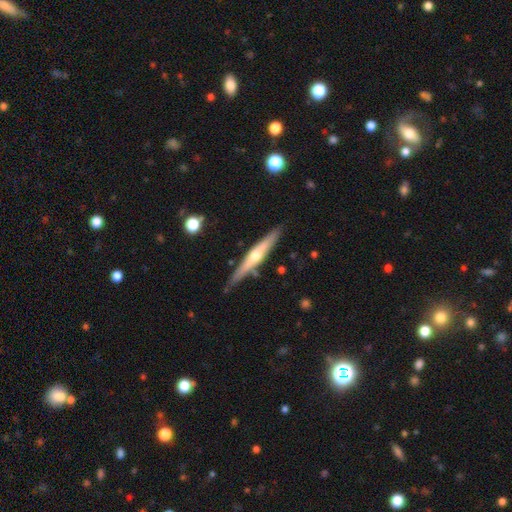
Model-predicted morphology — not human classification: The model was most divided on "smooth or featured": featured or disk: 65%, smooth: 30%, star or artifact: 6%. More confident: edge-on disk — yes (95%); edge-on bulge — rounded (85%); merging — none (84%).